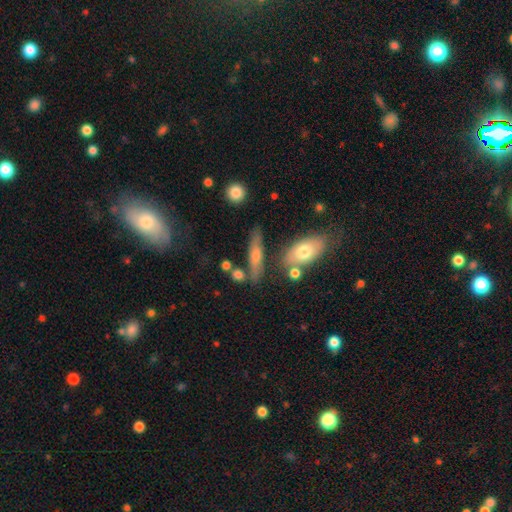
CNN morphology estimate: This is possibly a smooth galaxy (51%). How rounded: likely cigar-shaped (66%). Merging: likely none (69%).